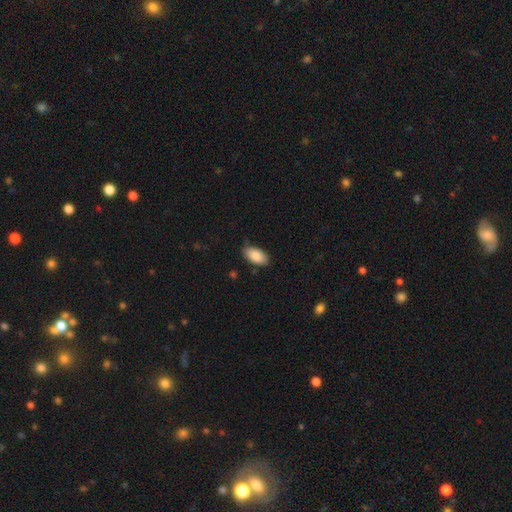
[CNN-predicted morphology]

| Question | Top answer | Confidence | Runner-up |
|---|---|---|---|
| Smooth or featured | smooth | 88% | star or artifact (6%) |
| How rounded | in between | 94% | cigar-shaped (3%) |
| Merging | none | 80% | minor disturbance (16%) |